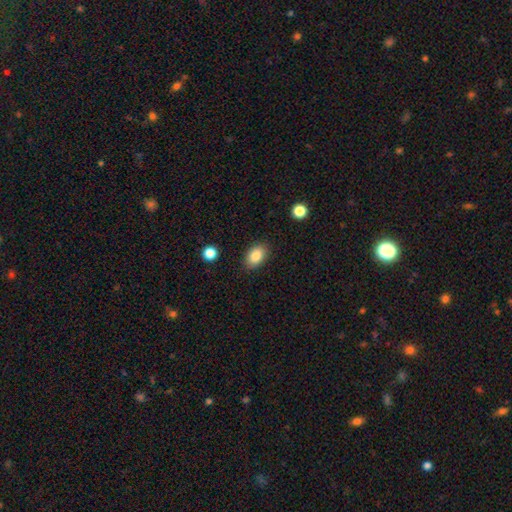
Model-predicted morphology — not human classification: This is clearly a smooth galaxy (85%). How rounded: clearly in between (86%). Merging: clearly none (87%).